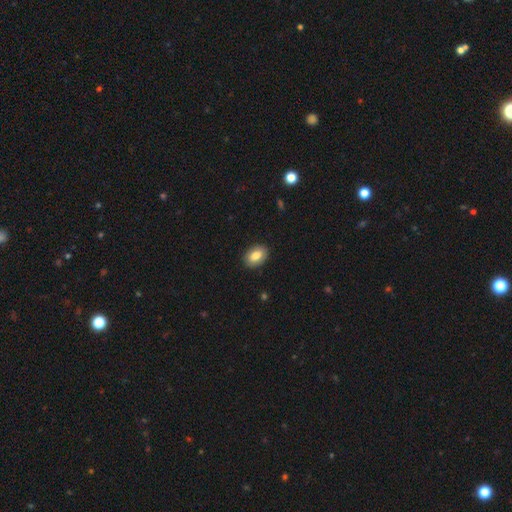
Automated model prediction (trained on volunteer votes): This is clearly a smooth galaxy (83%). How rounded: clearly in between (86%). Merging: clearly none (88%).